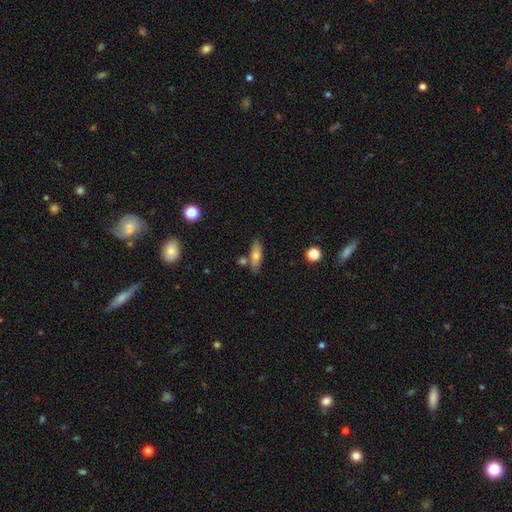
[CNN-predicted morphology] smooth-or-featured: smooth: 68% | featured or disk: 23% | star or artifact: 8%
  how-rounded: in between: 50% | cigar-shaped: 47% | round: 3%
  merging: none: 74% | minor disturbance: 13% | merger: 10% | major disturbance: 3%